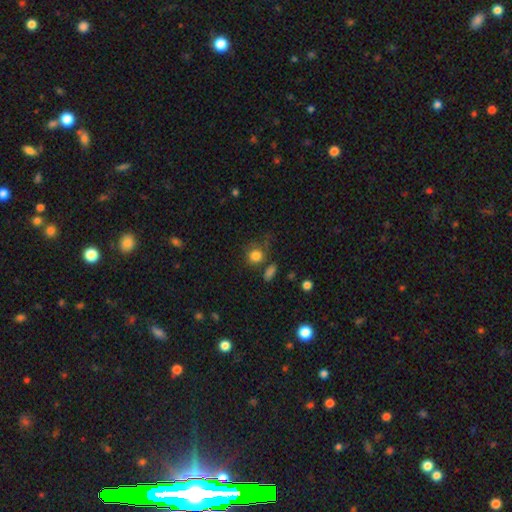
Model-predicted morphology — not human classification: smooth 82%, star or artifact 12%, featured or disk 6%. Down the decision tree: how rounded — round (82%); merging — none (65%).